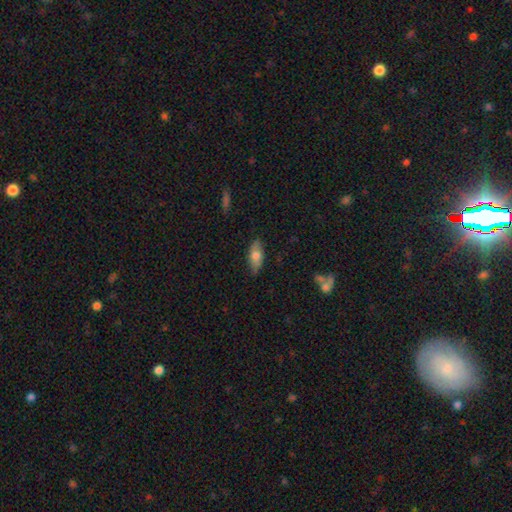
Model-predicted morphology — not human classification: smooth_or_featured: smooth (p=0.65) [alt: featured or disk p=0.28]
how_rounded: in between (p=0.78) [alt: cigar-shaped p=0.19]
merging: none (p=0.82) [alt: minor disturbance p=0.14]